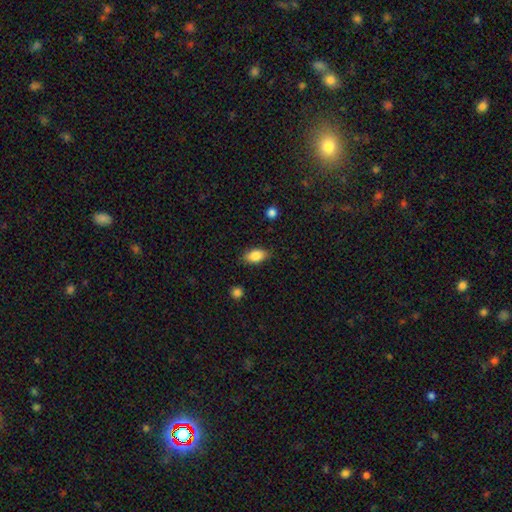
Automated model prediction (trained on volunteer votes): Smooth or featured: smooth — 86% (star or artifact — 8%)
How rounded: in between — 89% (round — 8%)
Merging: none — 82% (minor disturbance — 13%)